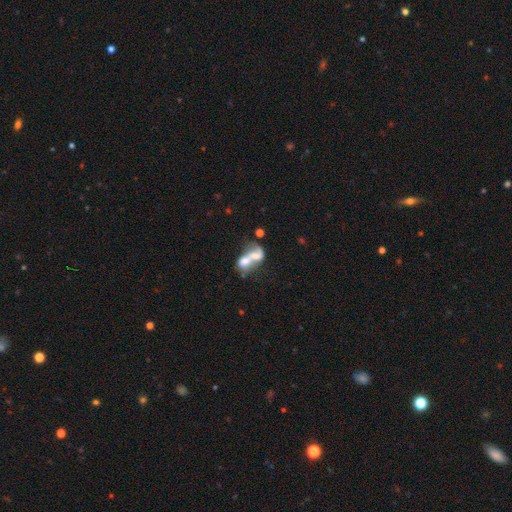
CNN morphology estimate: smooth-or-featured: featured or disk: 48% | smooth: 42% | star or artifact: 10%
  merging: merger: 71% | major disturbance: 12% | none: 11% | minor disturbance: 6%